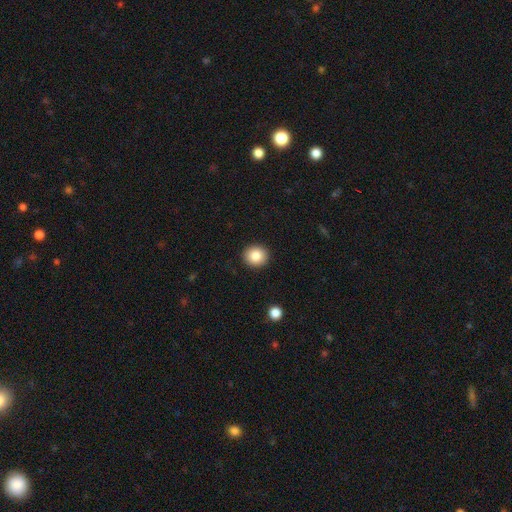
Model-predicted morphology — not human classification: Overall: smooth (85%). How rounded: round (87%). Merging: none (92%).